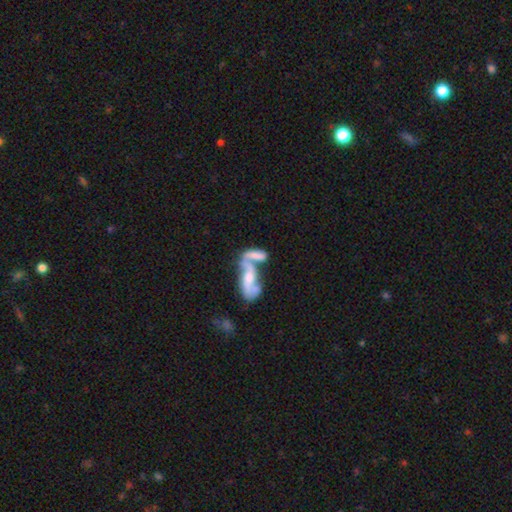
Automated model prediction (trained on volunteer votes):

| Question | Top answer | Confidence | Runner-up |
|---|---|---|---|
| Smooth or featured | featured or disk | 48% | smooth (43%) |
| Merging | merger | 66% | none (17%) |